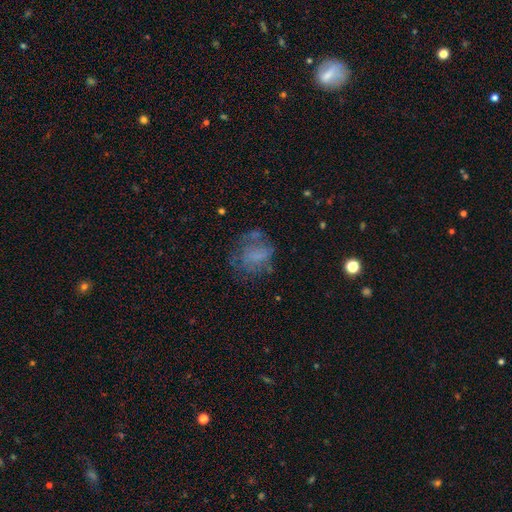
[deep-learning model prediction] Overall: smooth (43%; featured or disk 42%). Merging: none (49%; major disturbance 25%).